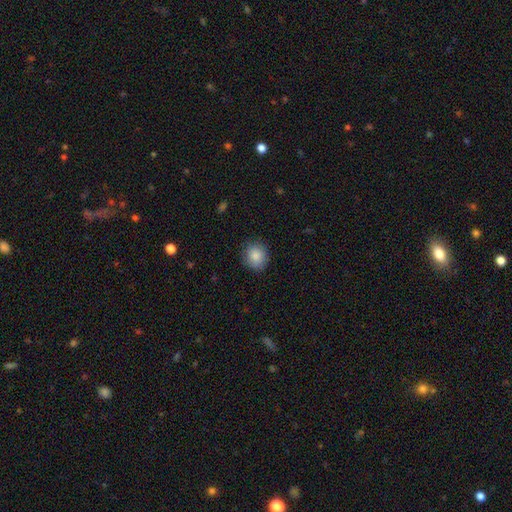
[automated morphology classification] A smooth galaxy with no disk features (86%) that is round (78%).

Vote fractions:
- Smooth or featured? smooth: 86% / star or artifact: 8% / featured or disk: 5%
- How rounded? round: 78% / in between: 21% / cigar-shaped: 1%
- Merging? none: 84% / minor disturbance: 12% / major disturbance: 3% / merger: 1%